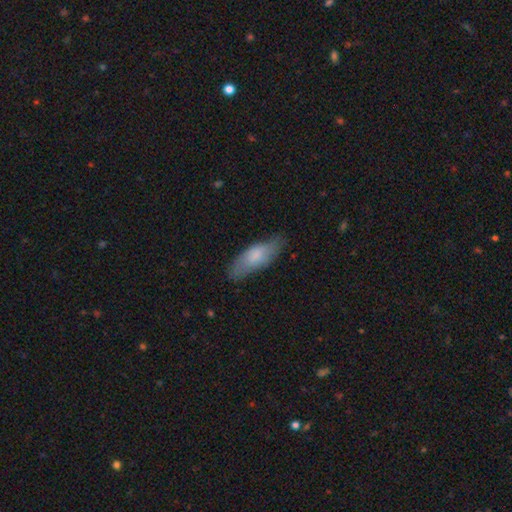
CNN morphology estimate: smooth-or-featured: smooth: 75% | featured or disk: 19% | star or artifact: 6%
  how-rounded: in between: 67% | cigar-shaped: 31% | round: 2%
  merging: none: 71% | minor disturbance: 22% | major disturbance: 5% | merger: 1%